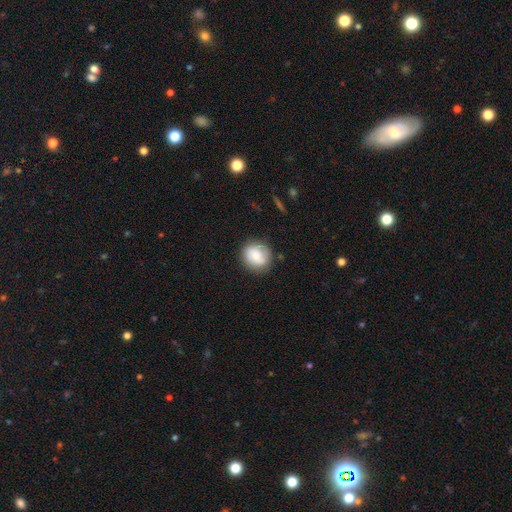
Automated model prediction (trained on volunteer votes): Smooth or featured? smooth (70%)
How rounded? round (80%)
Merging? none (80%)